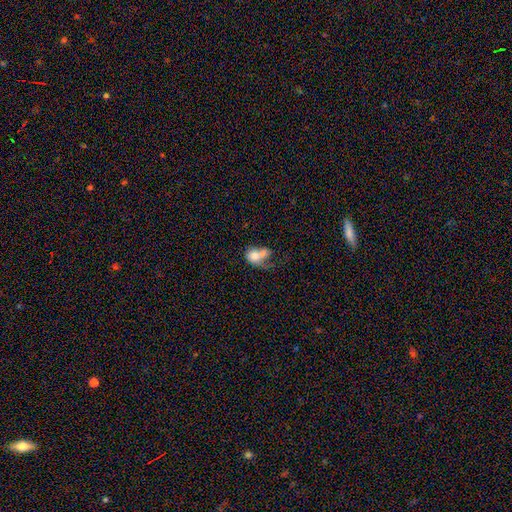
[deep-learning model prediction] Q: Smooth or featured?
A: smooth (65%); runner-up: featured or disk (25%)
Q: How rounded?
A: in between (68%); runner-up: round (30%)
Q: Merging?
A: merger (38%); runner-up: major disturbance (31%)